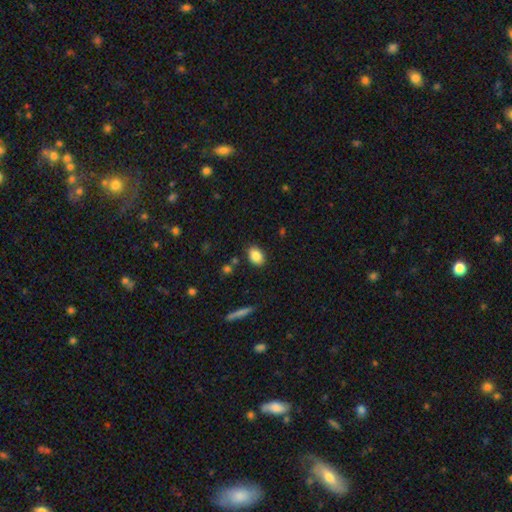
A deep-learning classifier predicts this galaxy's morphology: smooth 86%, star or artifact 8%, featured or disk 6%. Down the decision tree: how rounded — in between (84%); merging — none (86%).